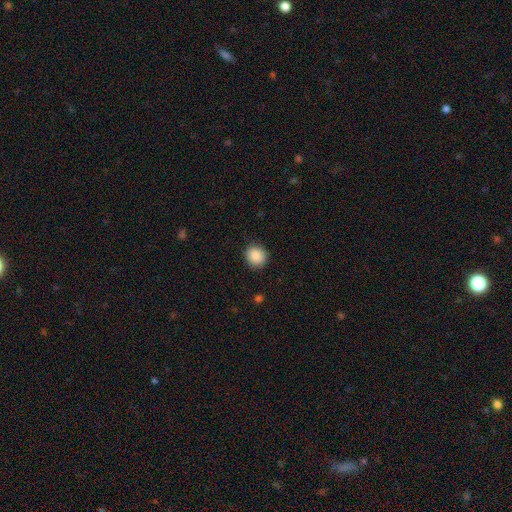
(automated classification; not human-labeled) smooth-or-featured: smooth: 88% | star or artifact: 8% | featured or disk: 4%
  how-rounded: round: 84% | in between: 15% | cigar-shaped: 1%
  merging: none: 88% | minor disturbance: 9% | major disturbance: 2% | merger: 1%